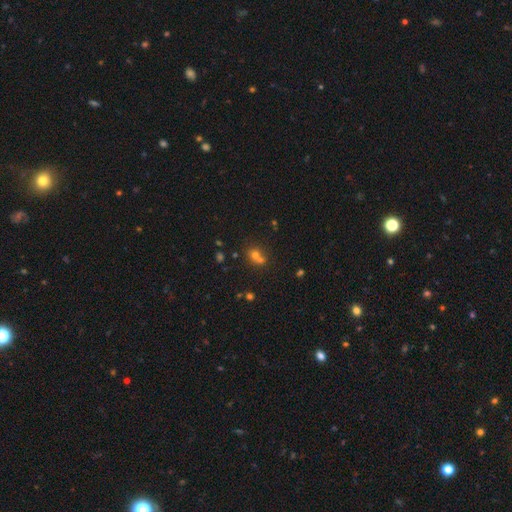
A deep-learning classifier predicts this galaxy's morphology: A smooth galaxy with no disk features (62%) that is round (76%).

Vote fractions:
- Smooth or featured? smooth: 62% / star or artifact: 23% / featured or disk: 15%
- How rounded? round: 76% / in between: 23% / cigar-shaped: 1%
- Merging? merger: 49% / none: 40% / minor disturbance: 8% / major disturbance: 3%